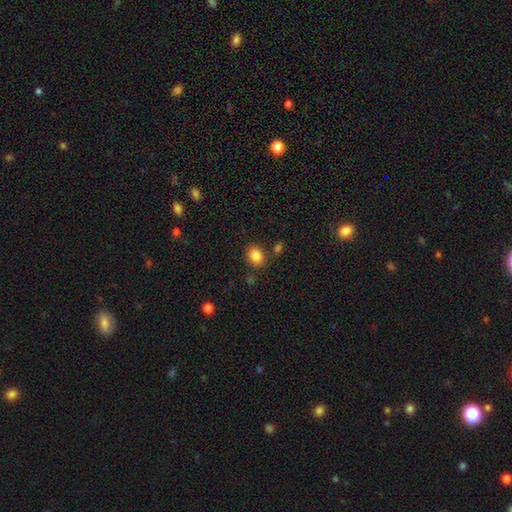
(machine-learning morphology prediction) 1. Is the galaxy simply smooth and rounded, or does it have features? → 85% smooth, 10% star or artifact, 5% featured or disk.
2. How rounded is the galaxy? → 54% in between, 45% round, 1% cigar-shaped.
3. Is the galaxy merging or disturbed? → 78% none, 11% minor disturbance, 7% merger, 4% major disturbance.